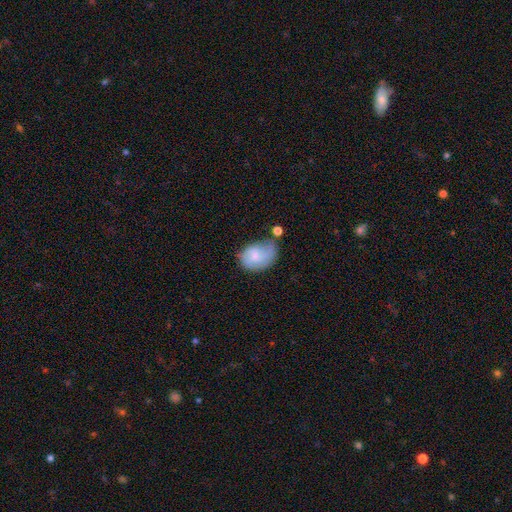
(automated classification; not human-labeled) smooth 59%, featured or disk 34%, star or artifact 8%. Down the decision tree: how rounded — in between (74%); merging — minor disturbance (35%).